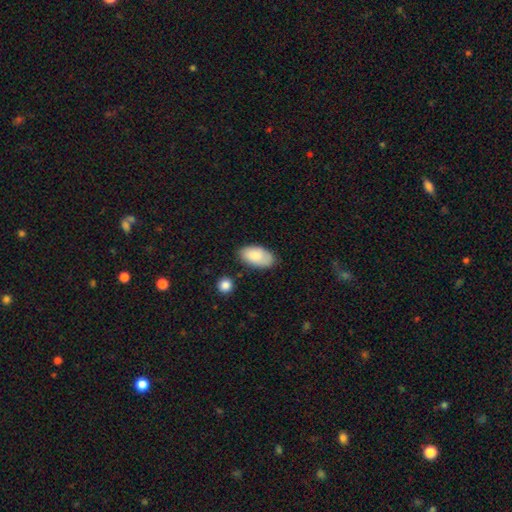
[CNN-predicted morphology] A smooth galaxy with no disk features (82%) that is in between round and cigar-shaped (95%). Merging: none (77%).